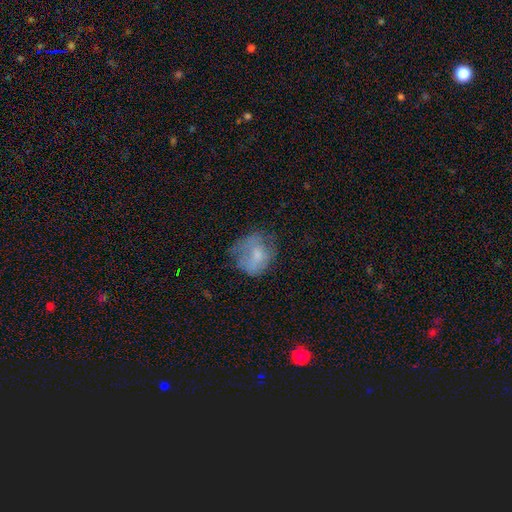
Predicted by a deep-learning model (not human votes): Smooth or featured: smooth — 58% (featured or disk — 32%)
How rounded: round — 63% (in between — 36%)
Merging: none — 46% (minor disturbance — 29%)